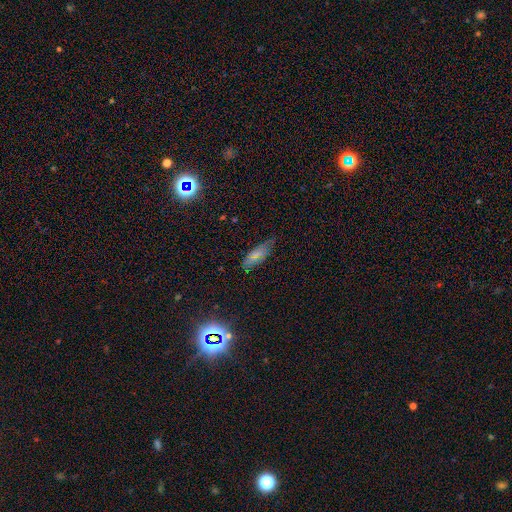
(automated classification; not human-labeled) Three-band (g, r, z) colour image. It shows a smooth galaxy with no disk features (64%) that is in between round and cigar-shaped (75%). Merging: none (69%).